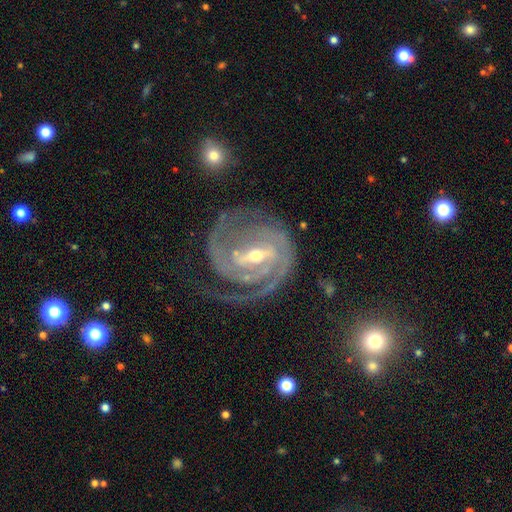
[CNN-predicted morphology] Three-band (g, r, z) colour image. It shows a featured or disk galaxy (92%) with a strong bar (52%), 2 (69%) tight (60%) spiral arms (98%) and a small central bulge (48%, tied with moderate). Merging: none (67%).